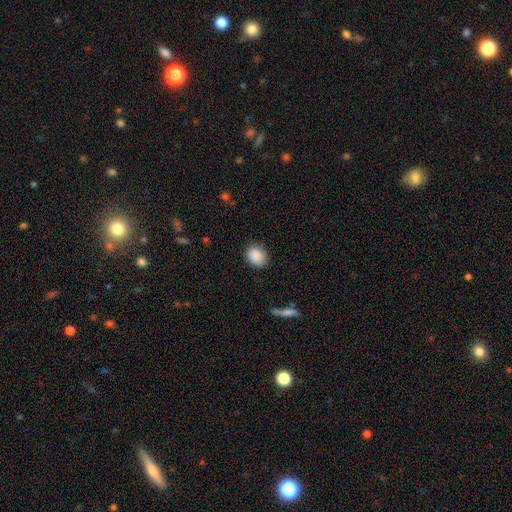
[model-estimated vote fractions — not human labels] Smooth or featured? Predicted: smooth (p=0.88). How rounded? Predicted: round (p=0.55). Merging? Predicted: none (p=0.82).